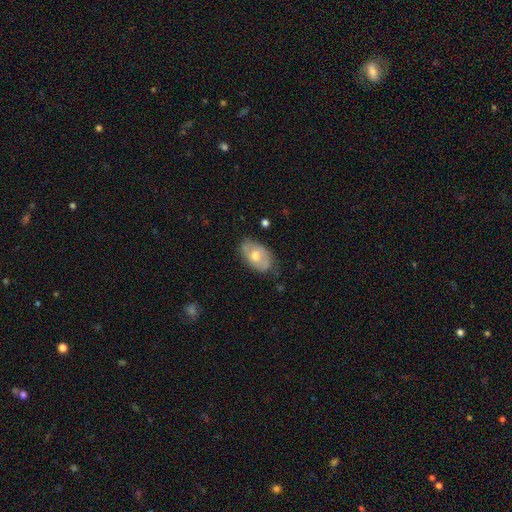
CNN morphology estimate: Q: Smooth or featured?
A: featured or disk (52%); runner-up: smooth (42%)
Q: Edge-on disk?
A: no (92%); runner-up: yes (8%)
Q: Merging?
A: none (71%); runner-up: minor disturbance (22%)